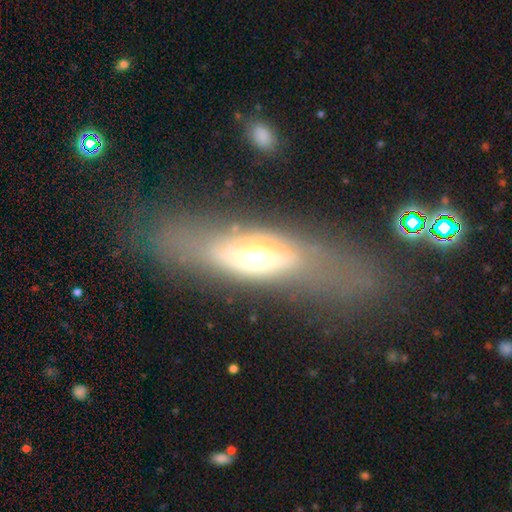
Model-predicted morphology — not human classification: Overall: featured or disk (50%; smooth 39%). Edge-on disk: no (54%; yes 46%). Merging: none (65%).